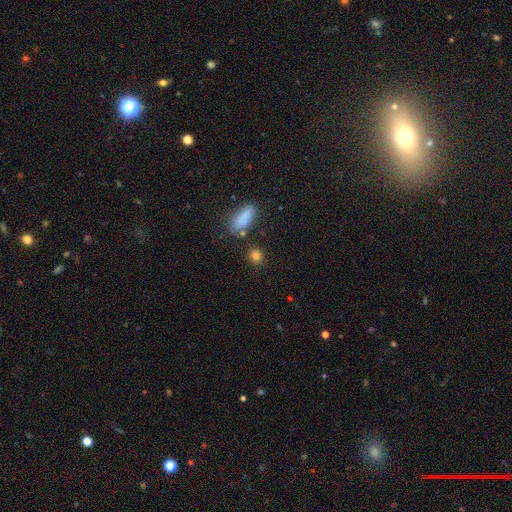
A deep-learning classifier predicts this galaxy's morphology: smooth 82%, star or artifact 12%, featured or disk 6%. Down the decision tree: how rounded — round (77%); merging — none (80%).